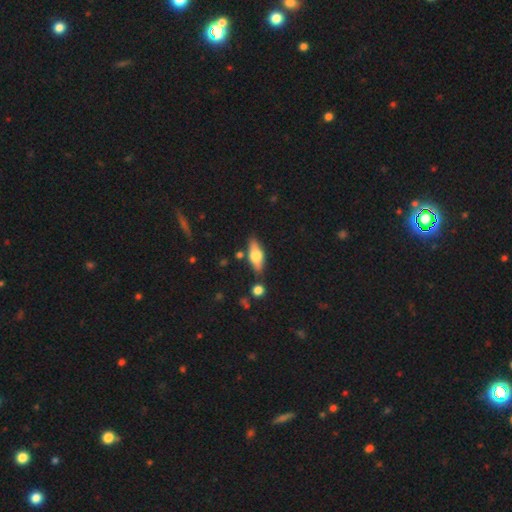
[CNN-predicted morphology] This appears to be a smooth galaxy with no disk features (49%). Merging: none (81%).